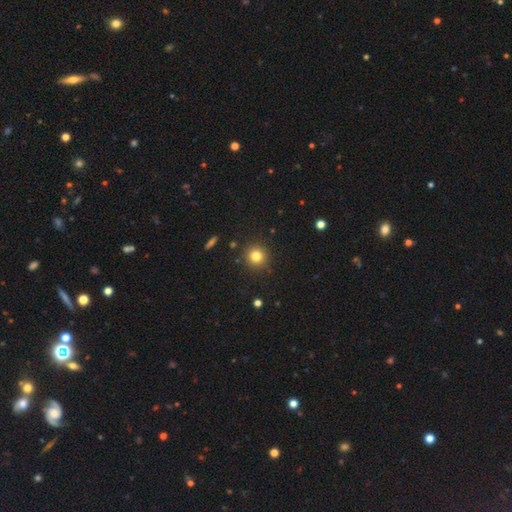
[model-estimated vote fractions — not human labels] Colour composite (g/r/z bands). It shows a smooth galaxy with no disk features (80%) that is round (93%). Merging: none (89%).